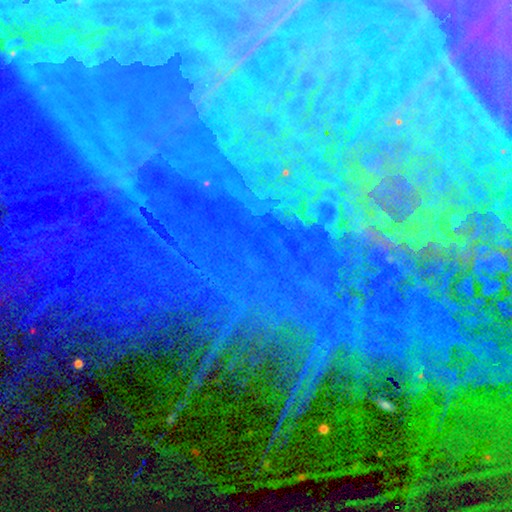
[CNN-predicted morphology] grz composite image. It shows a star or artifact, not a galaxy (80%).